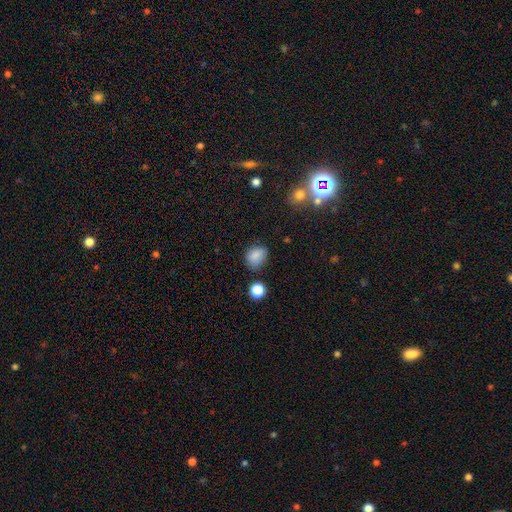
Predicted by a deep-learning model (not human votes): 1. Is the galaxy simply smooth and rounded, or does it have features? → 83% smooth, 11% star or artifact, 5% featured or disk.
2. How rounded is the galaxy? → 50% round, 48% in between, 1% cigar-shaped.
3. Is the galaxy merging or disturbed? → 72% none, 20% minor disturbance, 5% major disturbance, 3% merger.